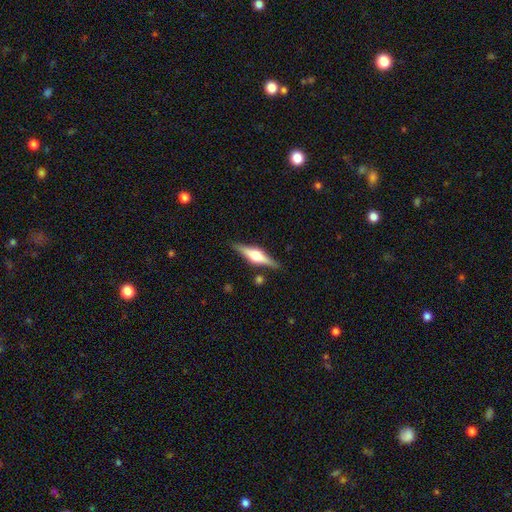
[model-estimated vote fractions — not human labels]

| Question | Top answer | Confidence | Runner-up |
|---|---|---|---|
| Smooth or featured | featured or disk | 71% | smooth (23%) |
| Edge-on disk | yes | 97% | no (3%) |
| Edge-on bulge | rounded | 91% | boxy (8%) |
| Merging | none | 86% | minor disturbance (9%) |